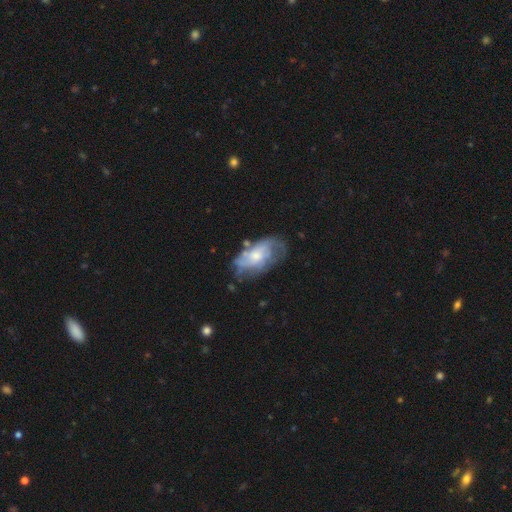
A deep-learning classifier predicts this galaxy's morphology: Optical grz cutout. It shows a featured or disk galaxy (65%) with no bar (74%), spiral arms (71%) and a small central bulge (47%). Merging: none (49%).